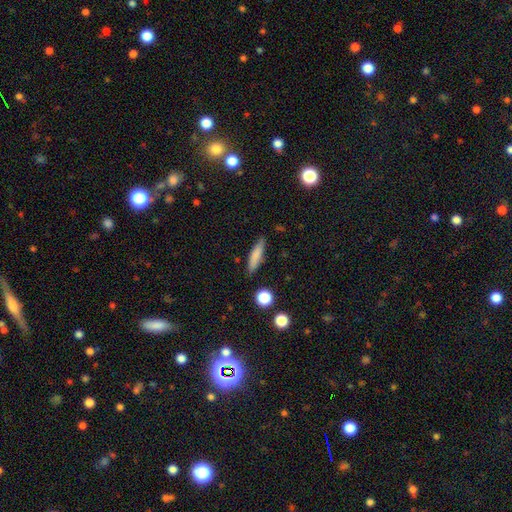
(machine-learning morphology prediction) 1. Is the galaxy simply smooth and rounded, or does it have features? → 78% smooth, 14% featured or disk, 8% star or artifact.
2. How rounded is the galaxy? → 78% cigar-shaped, 19% in between, 2% round.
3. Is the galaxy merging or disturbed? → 84% none, 11% minor disturbance, 2% major disturbance, 2% merger.